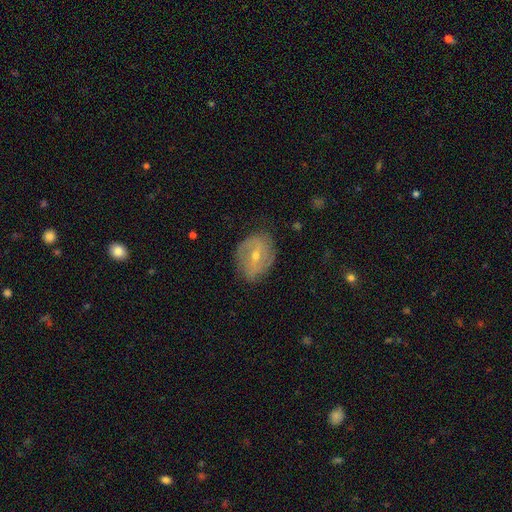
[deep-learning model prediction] Overall: featured or disk (67%). Edge-on disk: no (95%). Bar: weak (45%; no 29%). Spiral arms: yes (76%). Bulge size: small (50%; moderate 47%). Merging: none (74%).